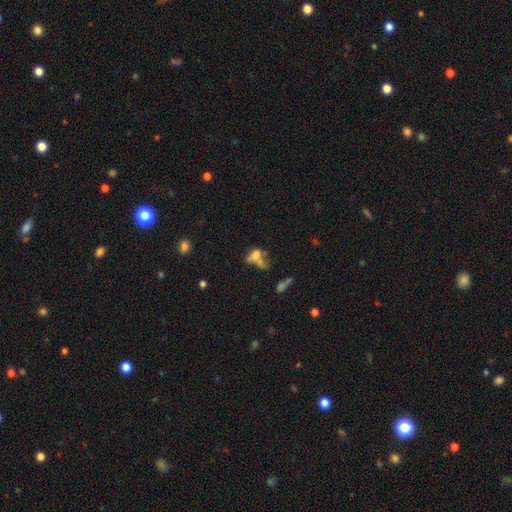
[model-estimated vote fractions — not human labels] Q: Smooth or featured?
A: smooth (60%); runner-up: featured or disk (25%)
Q: How rounded?
A: in between (76%); runner-up: round (17%)
Q: Merging?
A: merger (46%); runner-up: none (21%)